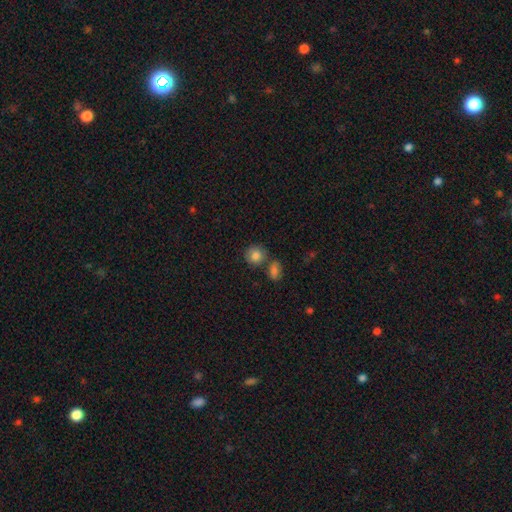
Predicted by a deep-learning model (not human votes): A smooth galaxy with no disk features (83%) that is round (80%). Merging: none (65%).